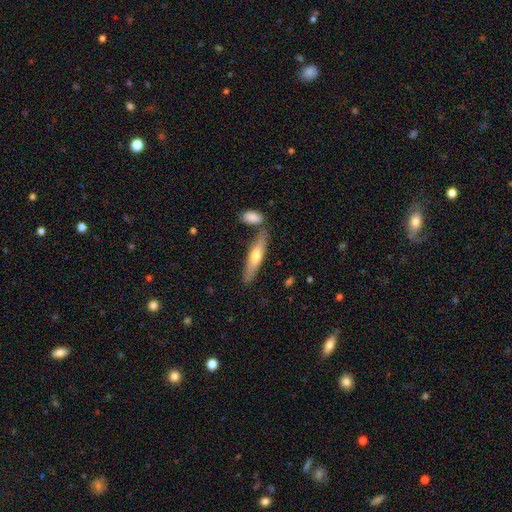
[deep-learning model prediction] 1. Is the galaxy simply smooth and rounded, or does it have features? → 55% smooth, 40% featured or disk, 5% star or artifact.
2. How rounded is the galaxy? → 79% cigar-shaped, 19% in between, 2% round.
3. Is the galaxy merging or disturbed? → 76% none, 12% minor disturbance, 10% merger, 3% major disturbance.